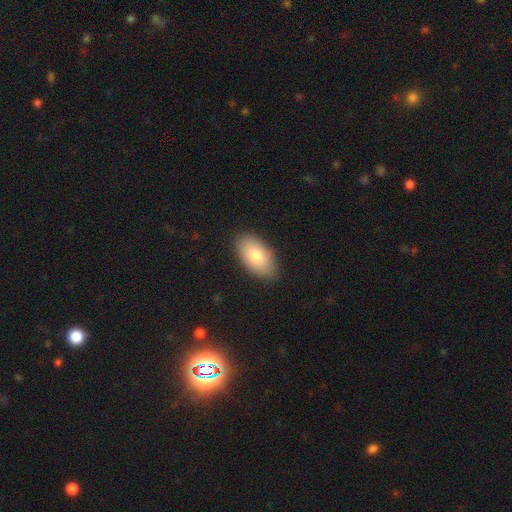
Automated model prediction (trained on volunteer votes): Overall: smooth (80%). How rounded: in between (95%). Merging: none (87%).